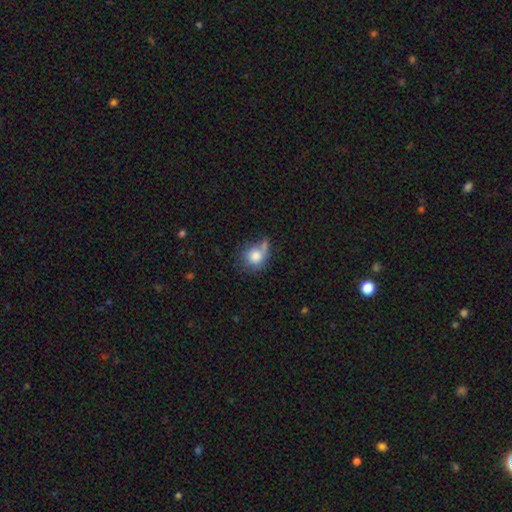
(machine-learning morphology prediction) type=smooth (80%); roundness=round (75%); merging=none (44%).